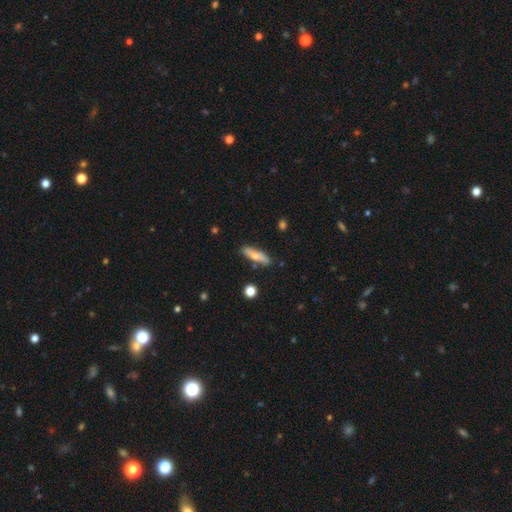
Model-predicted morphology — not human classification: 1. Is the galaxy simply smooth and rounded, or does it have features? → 61% smooth, 32% featured or disk, 6% star or artifact.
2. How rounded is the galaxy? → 65% cigar-shaped, 32% in between, 3% round.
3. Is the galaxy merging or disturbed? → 83% none, 12% minor disturbance, 3% merger, 2% major disturbance.